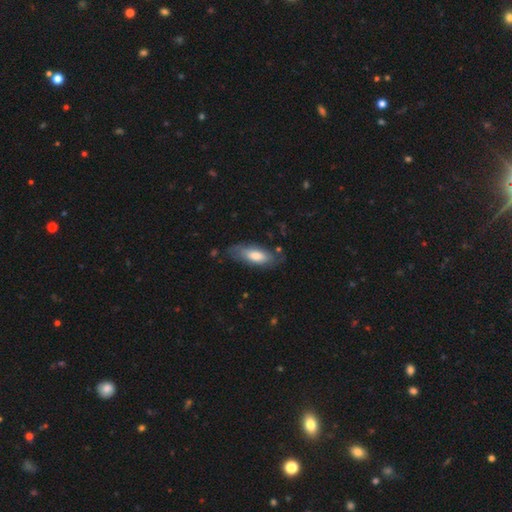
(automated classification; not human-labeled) Morphology: type=smooth (67%); roundness=in between (73%); merging=none (68%).